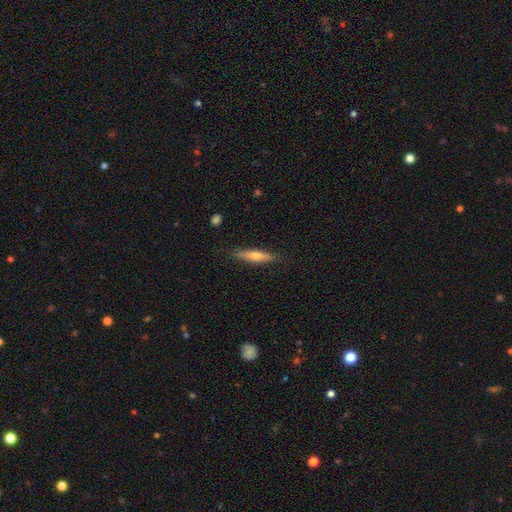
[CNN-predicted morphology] Smooth or featured? featured or disk (51%)
Edge-on disk? yes (94%)
Merging? none (88%)